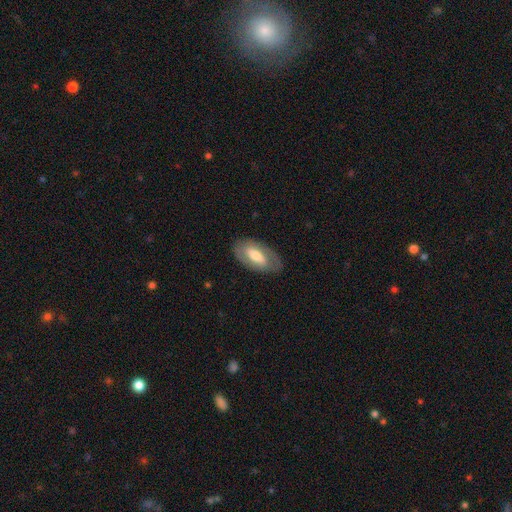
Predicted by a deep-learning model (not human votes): Smooth or featured? featured or disk (49%)
Merging? none (82%)